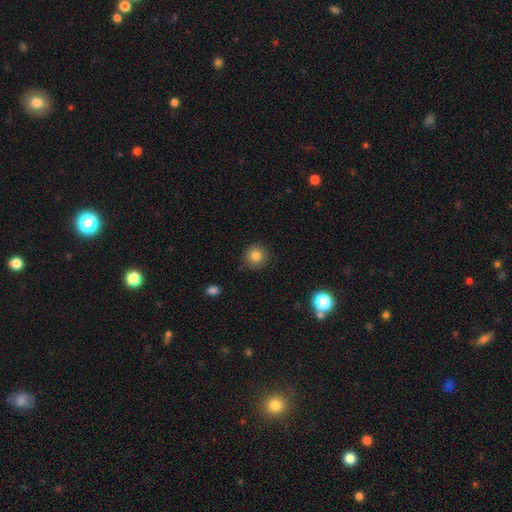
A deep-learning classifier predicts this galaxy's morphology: smooth_or_featured: smooth (p=0.83) [alt: star or artifact p=0.11]
how_rounded: round (p=0.93) [alt: in between p=0.06]
merging: none (p=0.88) [alt: minor disturbance p=0.08]